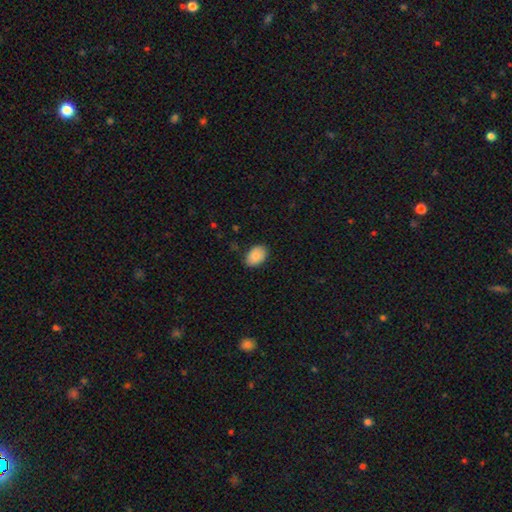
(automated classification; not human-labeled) Smooth or featured?
  - smooth: 88% *
  - star or artifact: 7%
  - featured or disk: 5%
How rounded?
  - in between: 86% *
  - round: 13%
  - cigar-shaped: 1%
Merging?
  - none: 84% *
  - minor disturbance: 12%
  - major disturbance: 2%
  - merger: 1%